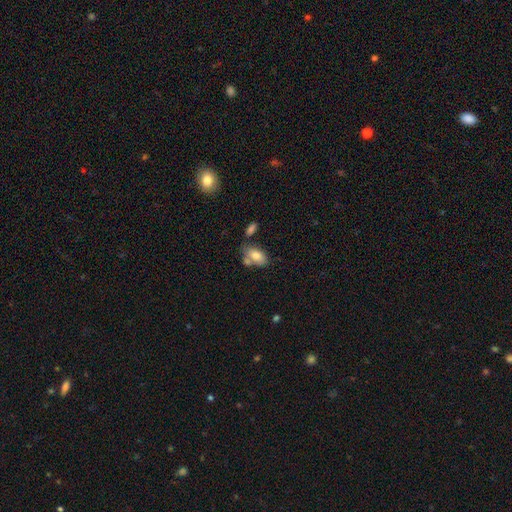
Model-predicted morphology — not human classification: type=smooth (78%); roundness=in between (92%); merging=none (54%).